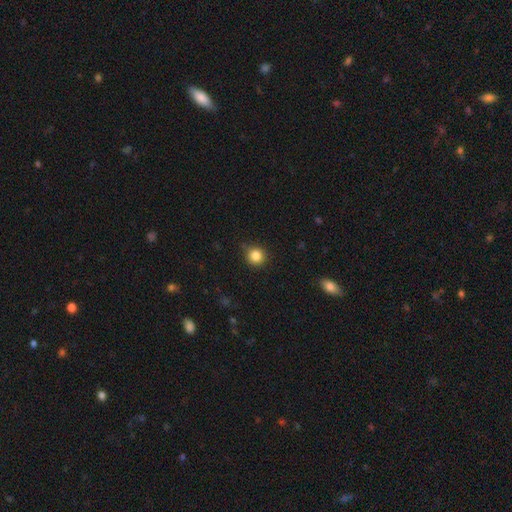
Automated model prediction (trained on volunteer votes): Smooth or featured: smooth — 84% (star or artifact — 11%)
How rounded: round — 92% (in between — 7%)
Merging: none — 82% (minor disturbance — 14%)